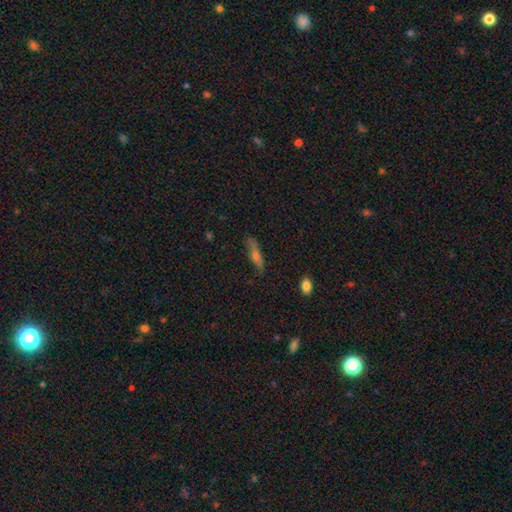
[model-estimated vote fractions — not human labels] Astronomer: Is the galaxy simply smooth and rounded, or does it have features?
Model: smooth — 53% (runner-up: featured or disk, 35%).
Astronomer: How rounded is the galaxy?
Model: cigar-shaped — 79%.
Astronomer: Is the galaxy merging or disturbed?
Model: none — 76%.